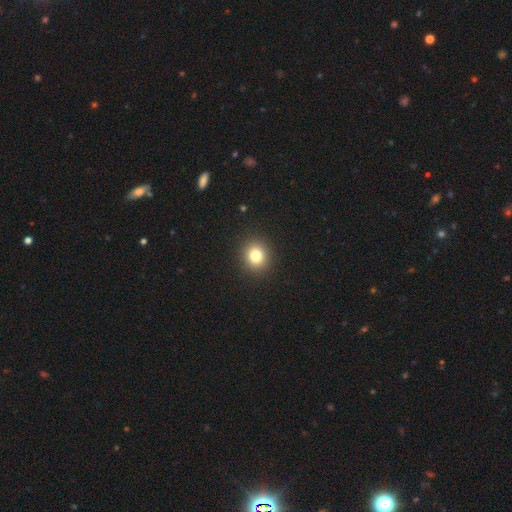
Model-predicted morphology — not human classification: This appears to be a smooth galaxy with no disk features (81%) that is round (83%). Merging: none (92%).